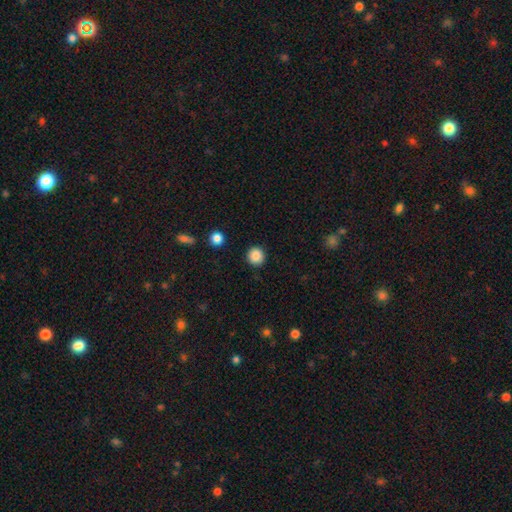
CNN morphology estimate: A smooth galaxy with no disk features (87%) that is round (94%).

Vote fractions:
- Smooth or featured? smooth: 87% / star or artifact: 9% / featured or disk: 4%
- How rounded? round: 94% / in between: 5% / cigar-shaped: 1%
- Merging? none: 92% / minor disturbance: 5% / major disturbance: 2% / merger: 1%